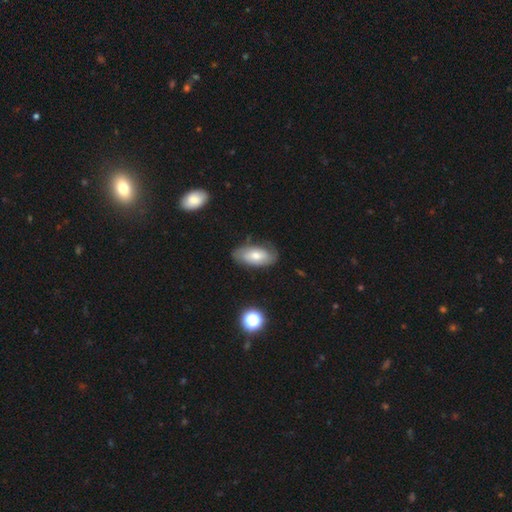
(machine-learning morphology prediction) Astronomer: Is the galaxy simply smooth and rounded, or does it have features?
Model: smooth — 60%.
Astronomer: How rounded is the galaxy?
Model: in between — 91%.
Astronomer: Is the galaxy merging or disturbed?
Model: none — 73%.